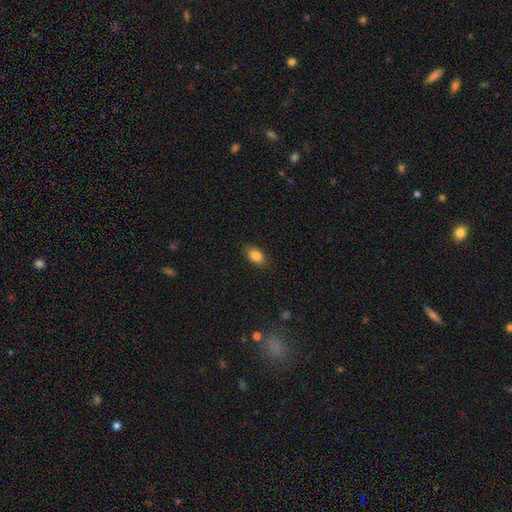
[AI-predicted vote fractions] smooth 85%, star or artifact 8%, featured or disk 7%. Down the decision tree: how rounded — in between (90%); merging — none (87%).